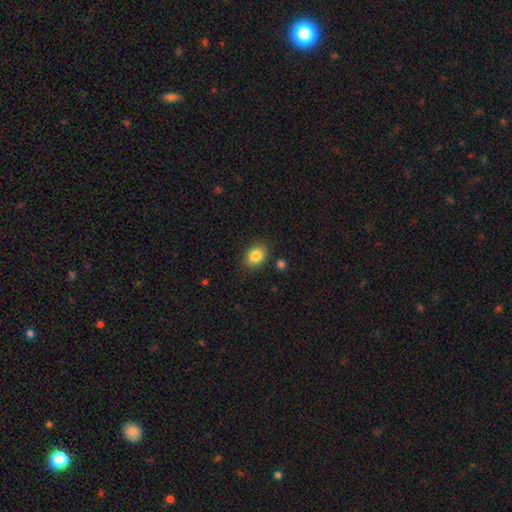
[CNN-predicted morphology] smooth-or-featured: smooth: 85% | star or artifact: 9% | featured or disk: 6%
  how-rounded: in between: 65% | round: 34% | cigar-shaped: 1%
  merging: none: 85% | minor disturbance: 10% | major disturbance: 3% | merger: 2%